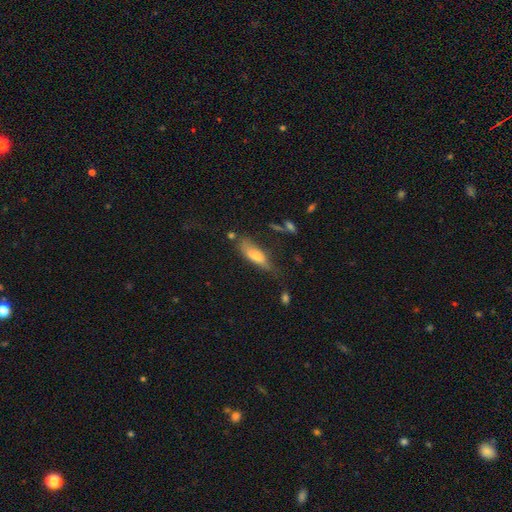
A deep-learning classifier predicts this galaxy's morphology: The model was most divided on "how rounded": in between: 57%, cigar-shaped: 41%, round: 2%. Remaining: smooth or featured — smooth (73%); merging — none (48%).